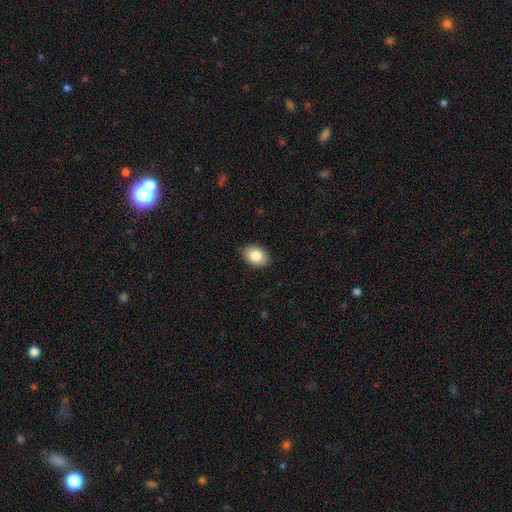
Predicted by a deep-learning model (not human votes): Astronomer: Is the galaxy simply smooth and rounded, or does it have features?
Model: smooth — 84%.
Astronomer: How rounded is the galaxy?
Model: in between — 80%.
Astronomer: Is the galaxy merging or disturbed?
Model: none — 89%.